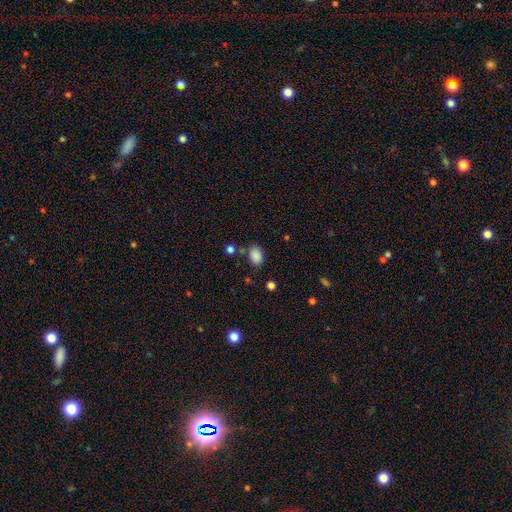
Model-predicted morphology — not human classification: This appears to be a smooth galaxy with no disk features (86%) that is in between round and cigar-shaped (73%). Merging: none (72%).